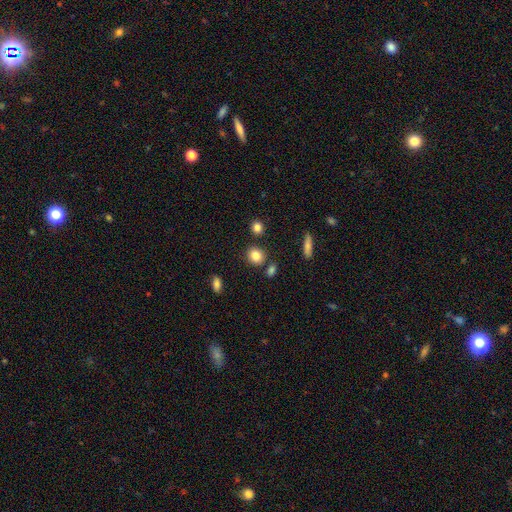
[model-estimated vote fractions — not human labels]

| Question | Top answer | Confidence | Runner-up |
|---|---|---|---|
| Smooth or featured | smooth | 84% | star or artifact (10%) |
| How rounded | round | 80% | in between (19%) |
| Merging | none | 82% | minor disturbance (8%) |